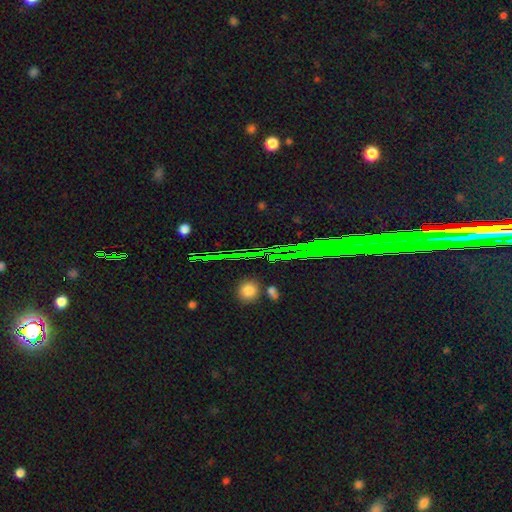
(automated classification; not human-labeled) smooth_or_featured: star or artifact (p=0.60) [alt: smooth p=0.27]